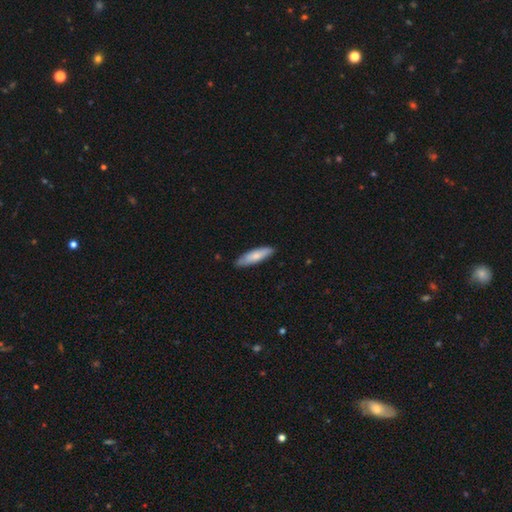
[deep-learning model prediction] This appears to be a smooth galaxy with no disk features (75%) that is cigar-shaped (64%). Merging: none (84%).